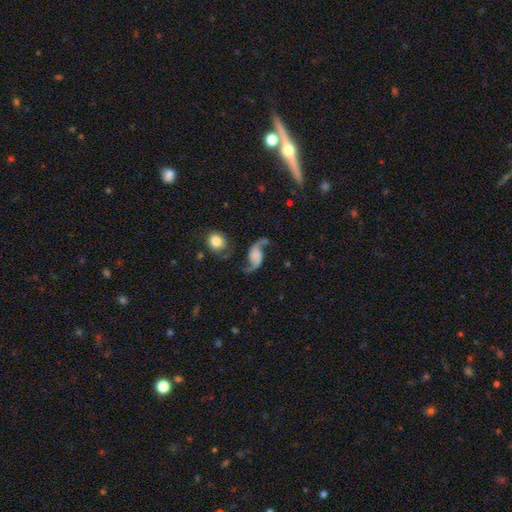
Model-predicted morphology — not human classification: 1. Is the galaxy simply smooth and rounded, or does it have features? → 85% featured or disk, 8% smooth, 6% star or artifact.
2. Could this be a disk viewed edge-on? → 97% no, 3% yes.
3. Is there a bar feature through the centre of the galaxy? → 61% no, 28% weak, 11% strong.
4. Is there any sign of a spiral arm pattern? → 96% yes, 4% no.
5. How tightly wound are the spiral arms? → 86% loose, 11% medium, 3% tight.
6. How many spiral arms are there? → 94% 2, 2% 1, 1% can't tell, 1% 3, 1% 4, 1% more than 4.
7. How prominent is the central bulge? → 56% none, 15% small, 13% large, 10% moderate, 7% dominant.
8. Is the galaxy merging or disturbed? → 67% none, 17% minor disturbance, 11% major disturbance, 5% merger.